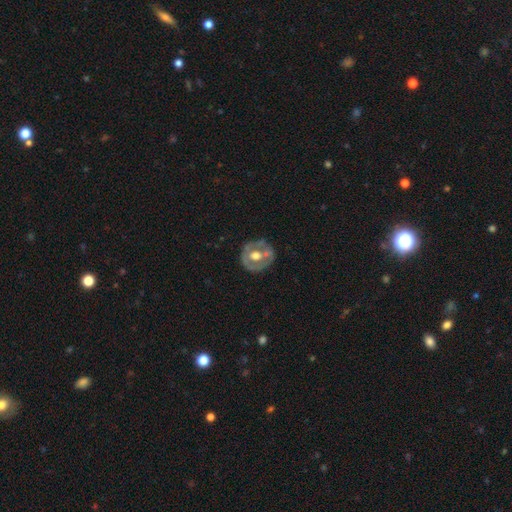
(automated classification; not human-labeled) This is likely a featured or disk galaxy (63%). It is clearly not viewed edge-on (95%). Bar: likely no (62%). Spiral arm pattern: likely no (77%). Central bulge: likely moderate (71%). Merging: likely none (70%).